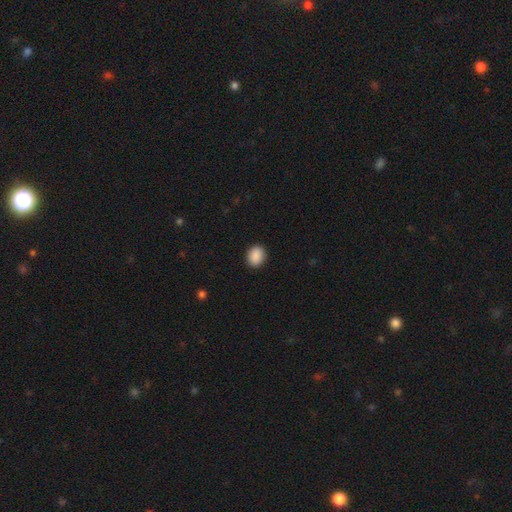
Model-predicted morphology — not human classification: Smooth or featured? smooth (90%)
How rounded? round (53%)
Merging? none (90%)